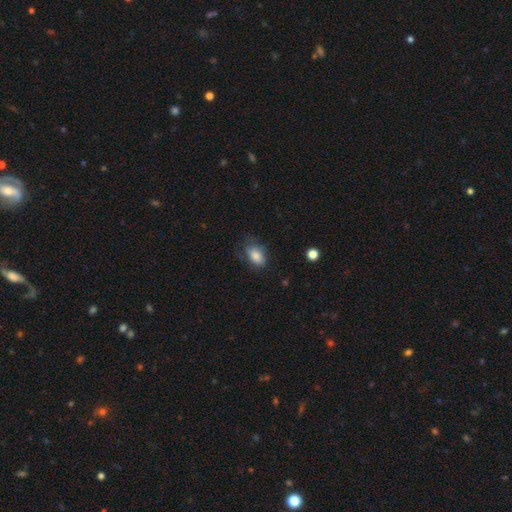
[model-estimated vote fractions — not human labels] Overall: smooth (83%). How rounded: in between (87%). Merging: none (60%; minor disturbance 27%).